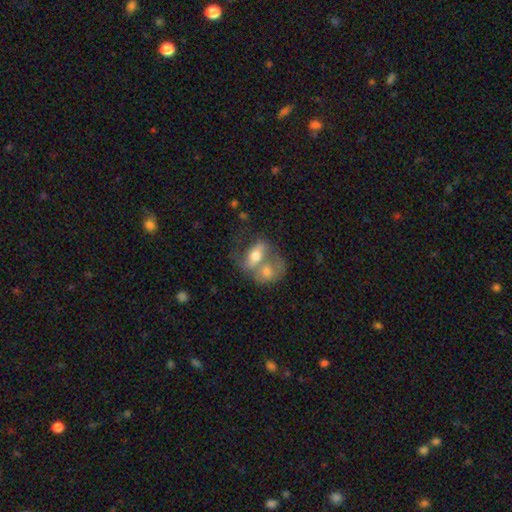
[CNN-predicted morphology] Smooth or featured?
  - smooth: 47% *
  - featured or disk: 45%
  - star or artifact: 8%
Merging?
  - merger: 72% *
  - none: 14%
  - major disturbance: 8%
  - minor disturbance: 7%